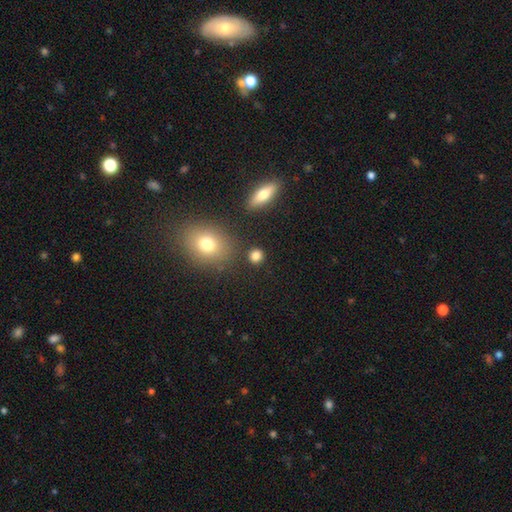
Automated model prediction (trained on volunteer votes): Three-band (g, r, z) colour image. It shows a smooth galaxy with no disk features (83%) that is round (86%). Merging: none (86%).